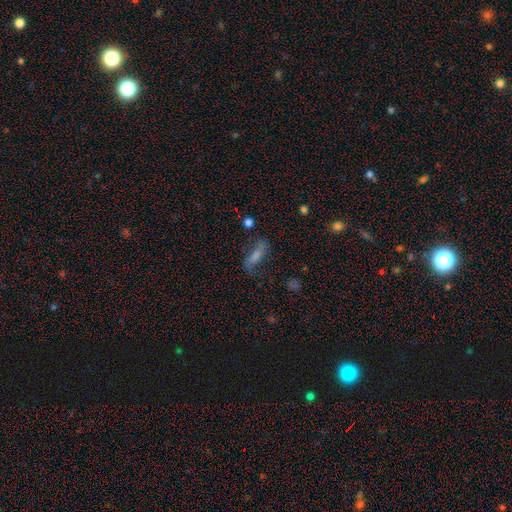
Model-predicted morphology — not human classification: A featured or disk galaxy (45%).

Vote fractions:
- Smooth or featured? featured or disk: 45% / smooth: 38% / star or artifact: 16%
- Merging? none: 62% / minor disturbance: 19% / major disturbance: 15% / merger: 4%